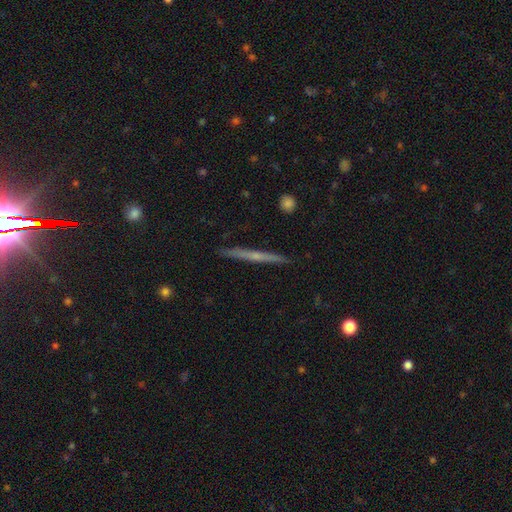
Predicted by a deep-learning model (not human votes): smooth-or-featured: featured or disk: 61% | smooth: 33% | star or artifact: 6%
  disk-edge-on: yes: 98% | no: 2%
    edge-on-bulge: none: 55% | rounded: 39% | boxy: 6%
  merging: none: 91% | minor disturbance: 6% | major disturbance: 1% | merger: 1%